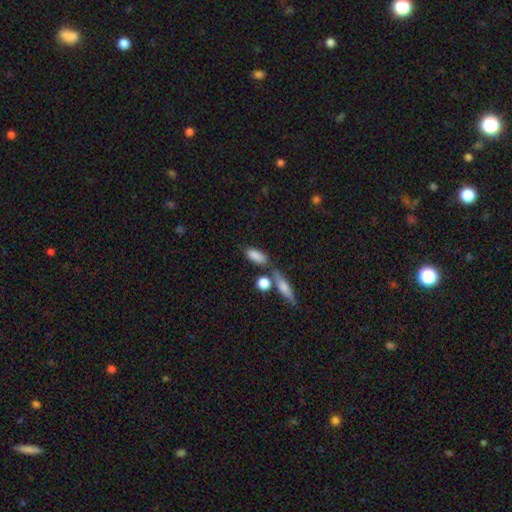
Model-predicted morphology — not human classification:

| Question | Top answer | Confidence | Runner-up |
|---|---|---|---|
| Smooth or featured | smooth | 83% | featured or disk (10%) |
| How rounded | in between | 76% | cigar-shaped (19%) |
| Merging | none | 62% | merger (18%) |